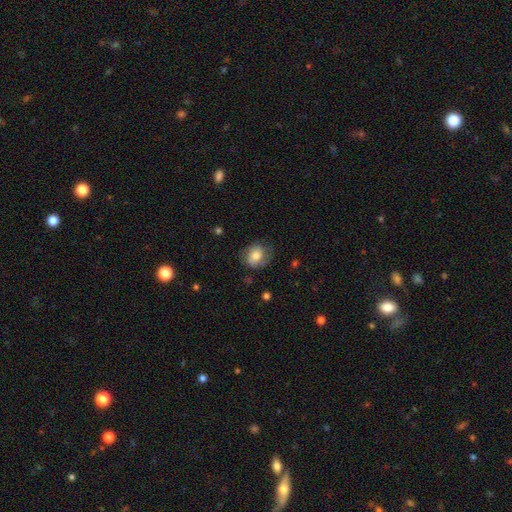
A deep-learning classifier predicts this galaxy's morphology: The model was most divided on "how rounded": round: 50%, in between: 49%, cigar-shaped: 1%. More confident: merging — none (67%); smooth or featured — smooth (61%).